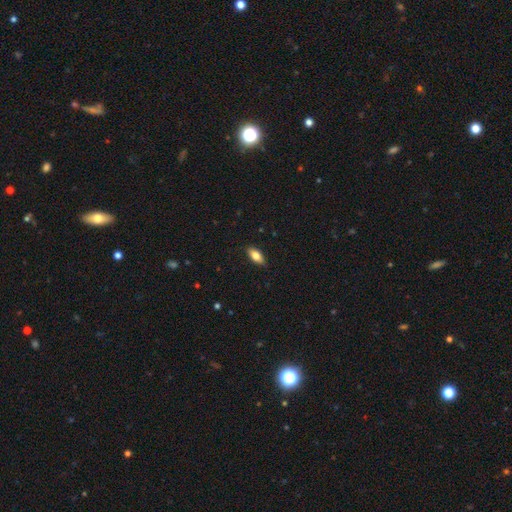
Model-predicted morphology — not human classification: Overall: smooth (77%). How rounded: in between (85%). Merging: none (87%).